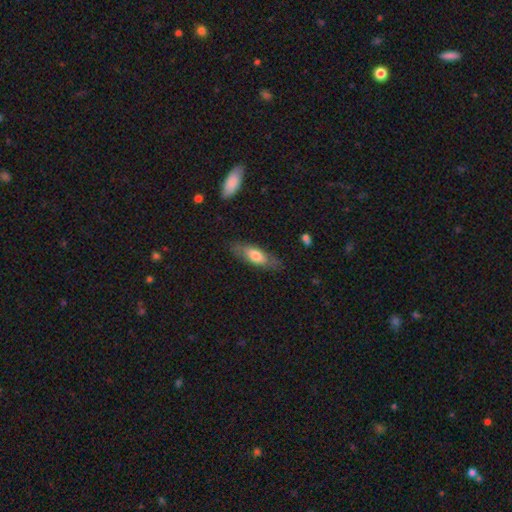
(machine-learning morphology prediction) smooth 63%, featured or disk 31%, star or artifact 6%. Down the decision tree: how rounded — in between (64%); merging — none (76%).